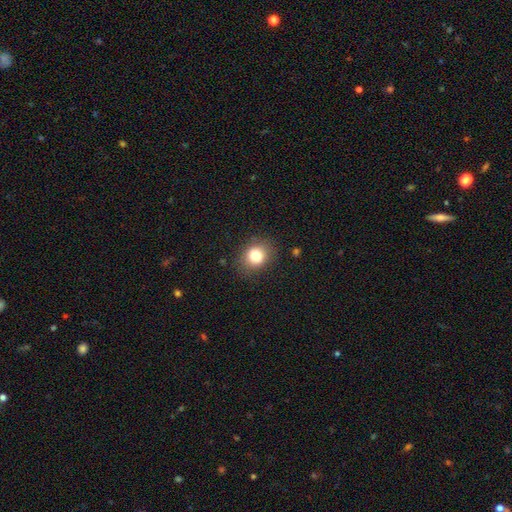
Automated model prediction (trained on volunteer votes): smooth-or-featured: smooth: 80% | star or artifact: 11% | featured or disk: 9%
  how-rounded: round: 62% | in between: 38% | cigar-shaped: 1%
  merging: none: 83% | minor disturbance: 12% | major disturbance: 4% | merger: 1%